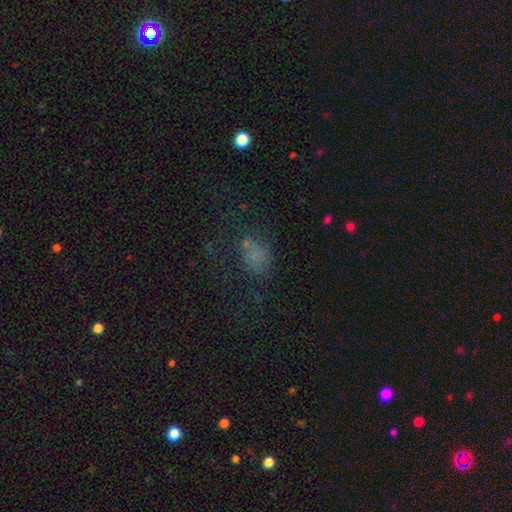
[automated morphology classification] This is likely a smooth galaxy (65%). How rounded: likely in between (72%). Merging: possibly none (50%).